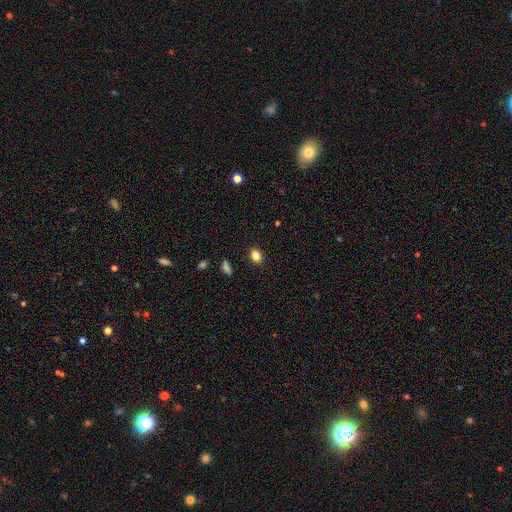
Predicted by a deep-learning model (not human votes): This appears to be a smooth galaxy with no disk features (83%) that is in between round and cigar-shaped (63%). Merging: none (89%).